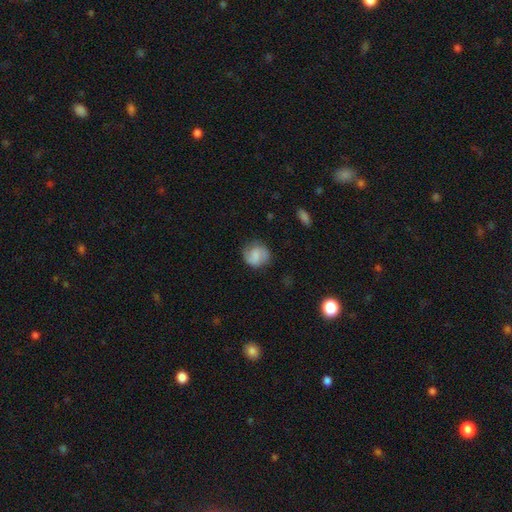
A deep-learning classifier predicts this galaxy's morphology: Smooth or featured? Predicted: smooth (p=0.53). How rounded? Predicted: round (p=0.78). Merging? Predicted: none (p=0.72).